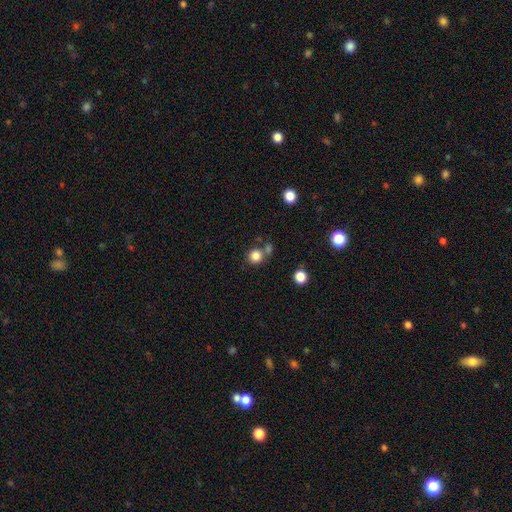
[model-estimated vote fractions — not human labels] Smooth or featured? Predicted: smooth (p=0.83). How rounded? Predicted: round (p=0.89). Merging? Predicted: none (p=0.67).